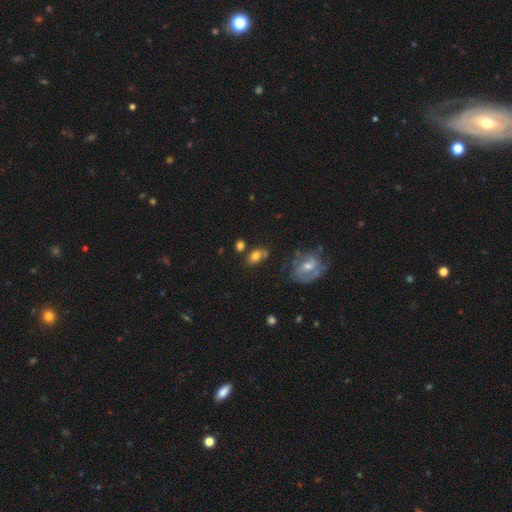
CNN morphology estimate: This is likely a smooth galaxy (73%). How rounded: likely in between (77%). Merging: likely none (64%).